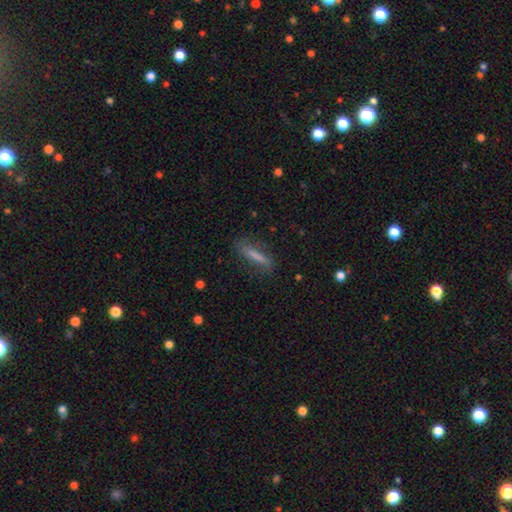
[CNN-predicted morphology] type=smooth (59%); roundness=cigar-shaped (84%); merging=none (78%).